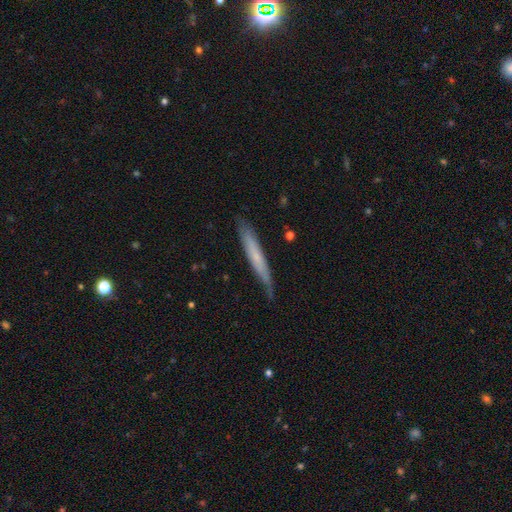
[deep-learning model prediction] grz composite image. It shows a smooth galaxy with no disk features (53%) that is cigar-shaped (95%). Merging: none (76%).